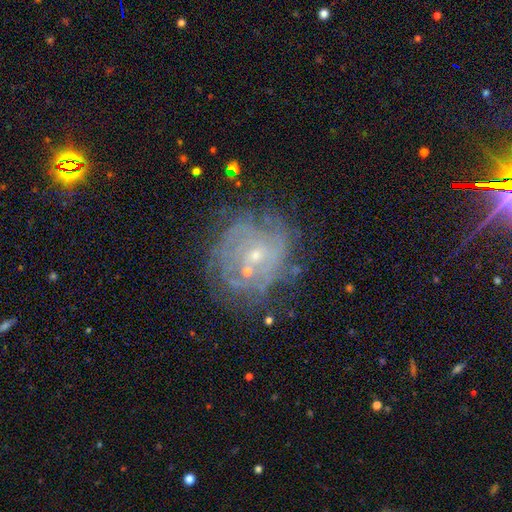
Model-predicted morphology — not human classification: Smooth or featured: featured or disk — 74% (smooth — 16%)
Edge-on disk: no — 97% (yes — 3%)
Bar: no — 72% (weak — 23%)
Spiral arms: yes — 74% (no — 26%)
Spiral winding: tight — 68% (medium — 23%)
Spiral arm count: can't tell — 53% (3 — 12%)
Bulge size: small — 73% (moderate — 22%)
Merging: none — 62% (minor disturbance — 20%)